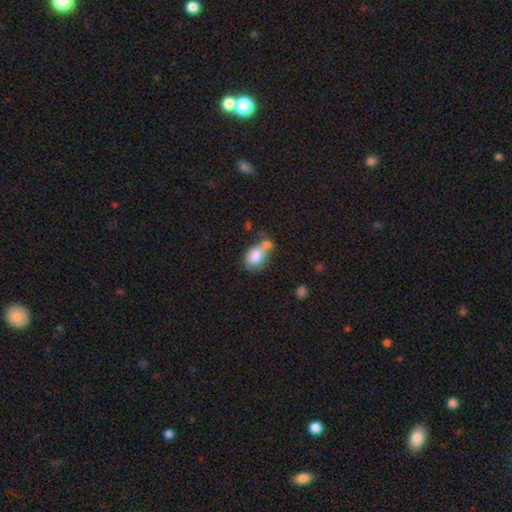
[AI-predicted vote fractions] smooth 78%, featured or disk 14%, star or artifact 8%. Down the decision tree: how rounded — in between (71%); merging — merger (46%).